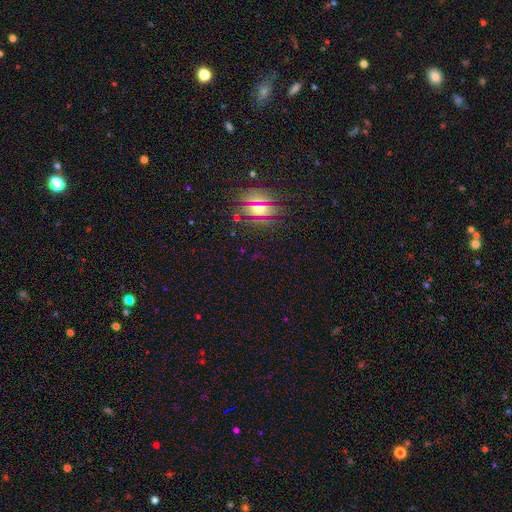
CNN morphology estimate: This appears to be a star or artifact, not a galaxy (62%).